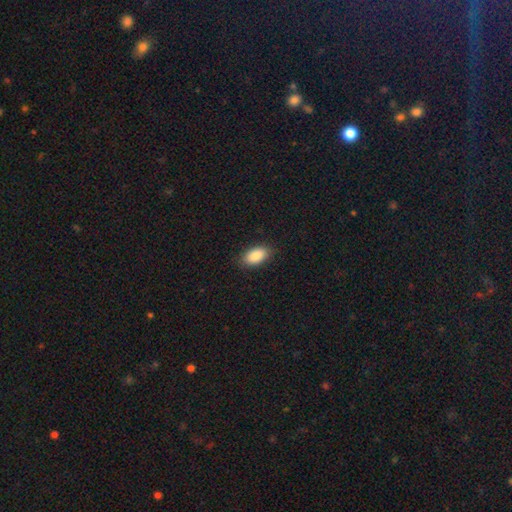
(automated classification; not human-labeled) Smooth or featured? Predicted: smooth (p=0.88). How rounded? Predicted: in between (p=0.93). Merging? Predicted: none (p=0.86).